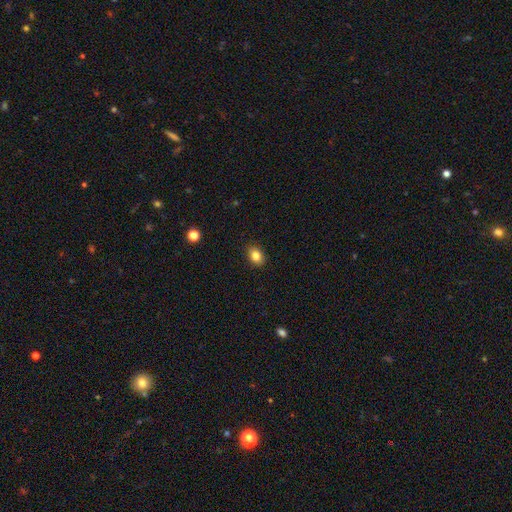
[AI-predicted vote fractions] Morphology: type=smooth (83%); roundness=in between (72%); merging=none (89%).